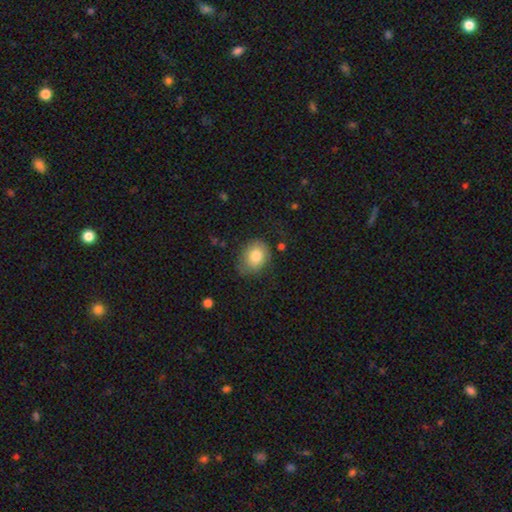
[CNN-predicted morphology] smooth_or_featured: smooth (p=0.79) [alt: featured or disk p=0.12]
how_rounded: in between (p=0.50) [alt: round p=0.49]
merging: none (p=0.65) [alt: minor disturbance p=0.25]